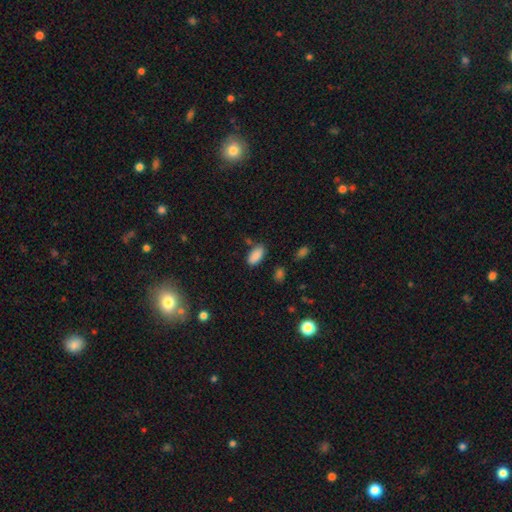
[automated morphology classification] type=smooth (87%); roundness=in between (93%); merging=none (78%).